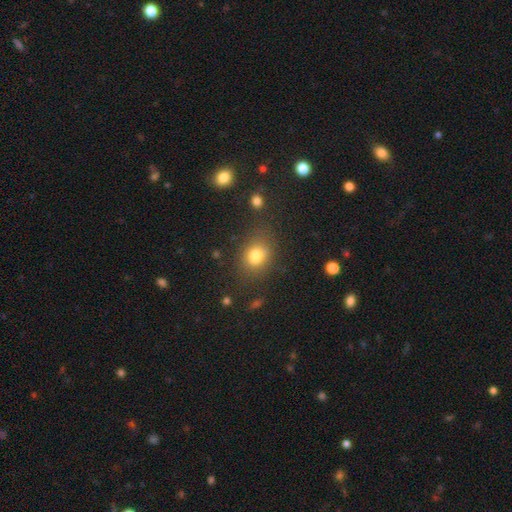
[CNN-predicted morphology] Overall: smooth (77%). How rounded: in between (58%; round 40%). Merging: none (66%).